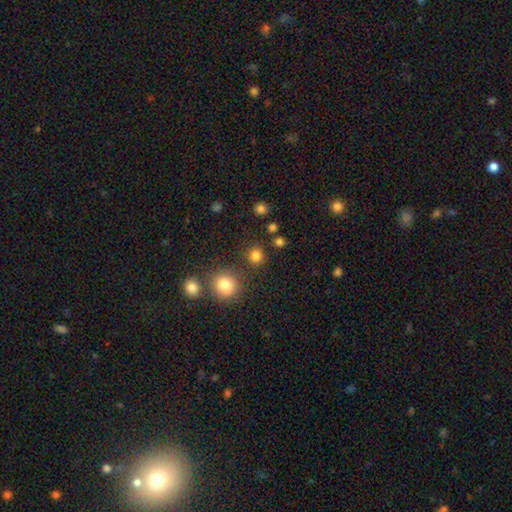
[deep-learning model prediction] Smooth or featured?
  - smooth: 81% *
  - star or artifact: 15%
  - featured or disk: 5%
How rounded?
  - round: 91% *
  - in between: 8%
  - cigar-shaped: 1%
Merging?
  - none: 84% *
  - minor disturbance: 7%
  - merger: 6%
  - major disturbance: 3%